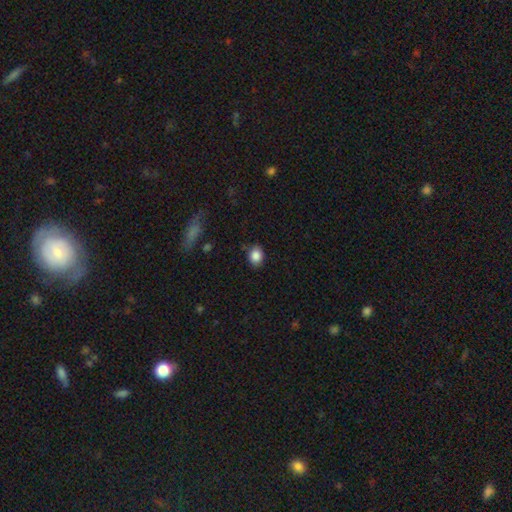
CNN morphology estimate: smooth 87%, star or artifact 9%, featured or disk 4%. Down the decision tree: how rounded — round (52%); merging — none (82%).